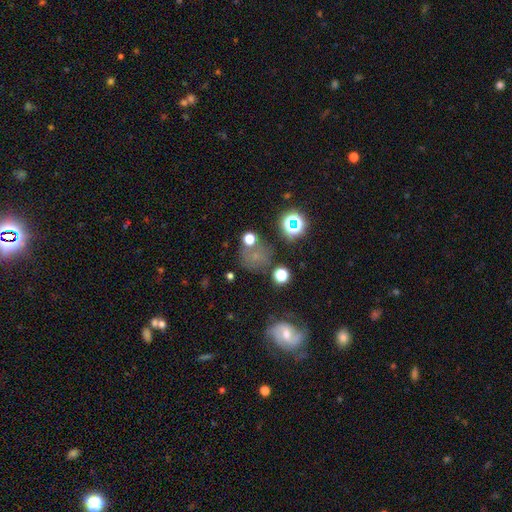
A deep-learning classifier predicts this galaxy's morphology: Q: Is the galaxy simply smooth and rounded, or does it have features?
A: smooth — 53%.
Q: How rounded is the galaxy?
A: round — 80%.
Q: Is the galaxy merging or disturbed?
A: none — 63%.